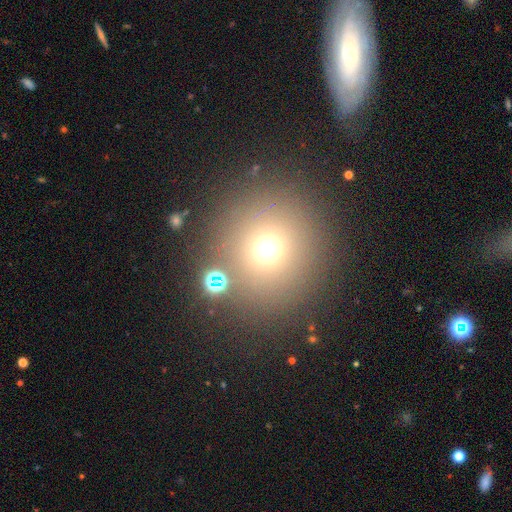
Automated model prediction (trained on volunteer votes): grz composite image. It shows a smooth galaxy with no disk features (61%) that is round (89%). Merging: none (79%).